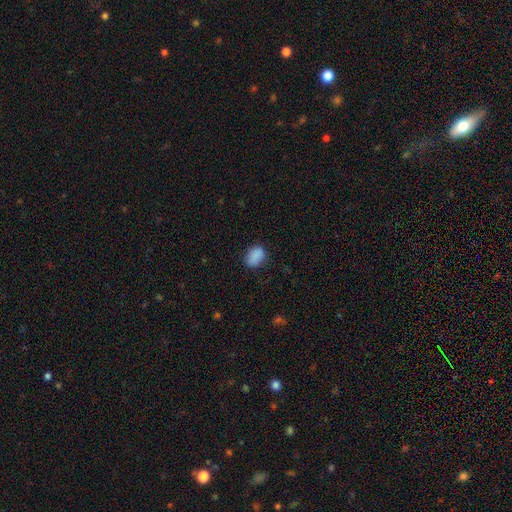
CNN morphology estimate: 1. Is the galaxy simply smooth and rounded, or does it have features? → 87% smooth, 9% star or artifact, 4% featured or disk.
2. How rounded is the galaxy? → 80% in between, 19% round, 1% cigar-shaped.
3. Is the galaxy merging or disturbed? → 75% none, 19% minor disturbance, 4% major disturbance, 1% merger.